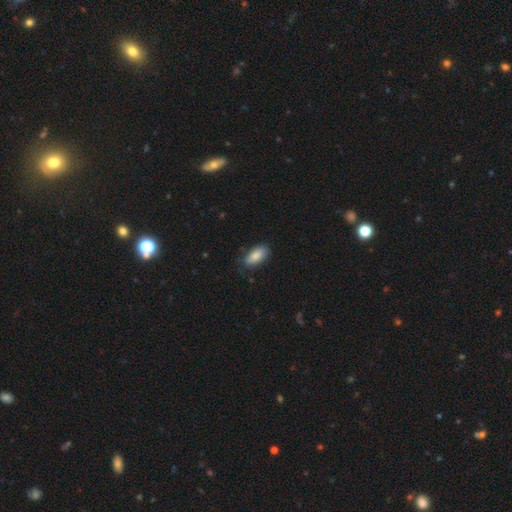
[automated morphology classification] This is clearly a smooth galaxy (86%). How rounded: clearly in between (90%). Merging: likely none (72%).